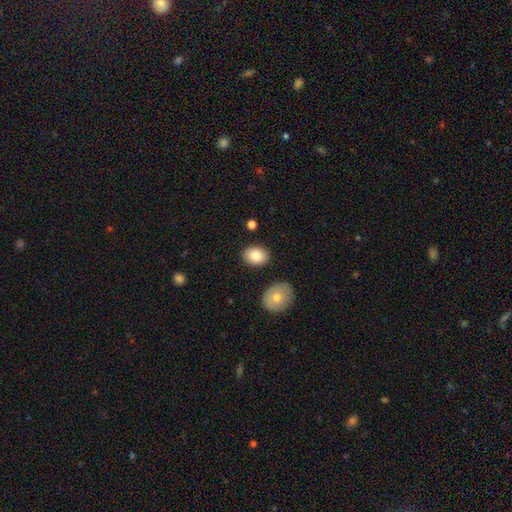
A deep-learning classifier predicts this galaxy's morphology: This appears to be a smooth galaxy with no disk features (83%) that is in between round and cigar-shaped (63%). Merging: none (85%).